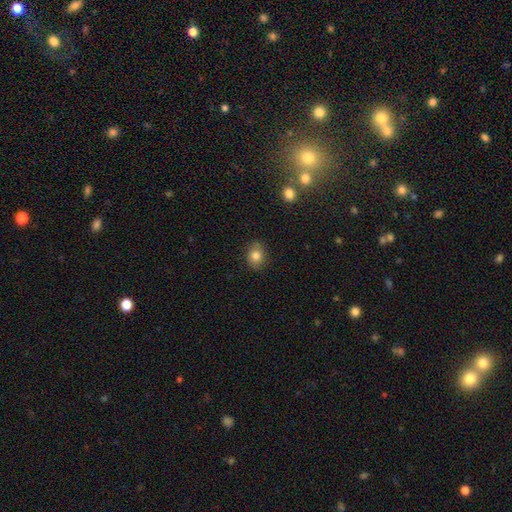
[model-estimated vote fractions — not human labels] smooth_or_featured: smooth (p=0.82) [alt: star or artifact p=0.10]
how_rounded: round (p=0.54) [alt: in between p=0.45]
merging: none (p=0.83) [alt: minor disturbance p=0.12]